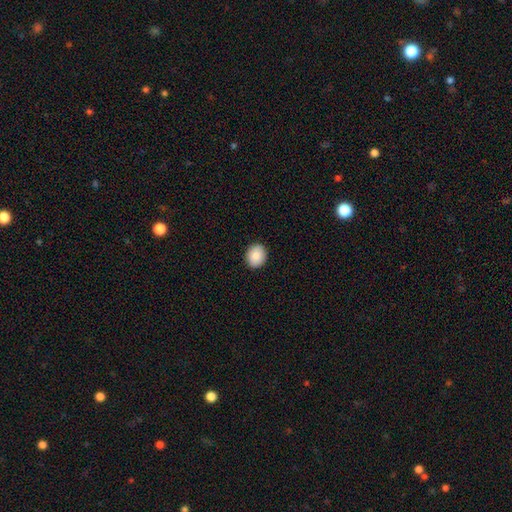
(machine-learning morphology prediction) Smooth or featured? smooth (86%)
How rounded? round (69%)
Merging? none (91%)